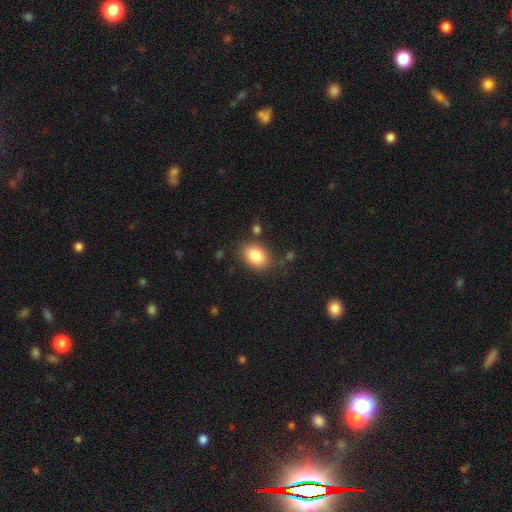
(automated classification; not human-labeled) This appears to be a smooth galaxy with no disk features (85%) that is in between round and cigar-shaped (76%). Merging: none (78%).